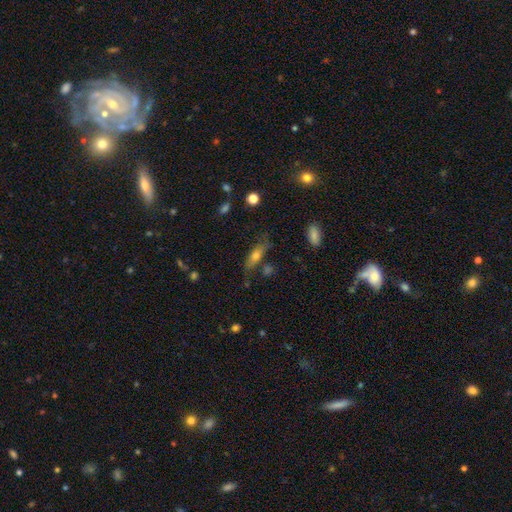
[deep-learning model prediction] smooth_or_featured: smooth (p=0.54) [alt: featured or disk p=0.36]
how_rounded: cigar-shaped (p=0.50) [alt: in between p=0.46]
merging: none (p=0.63) [alt: minor disturbance p=0.21]